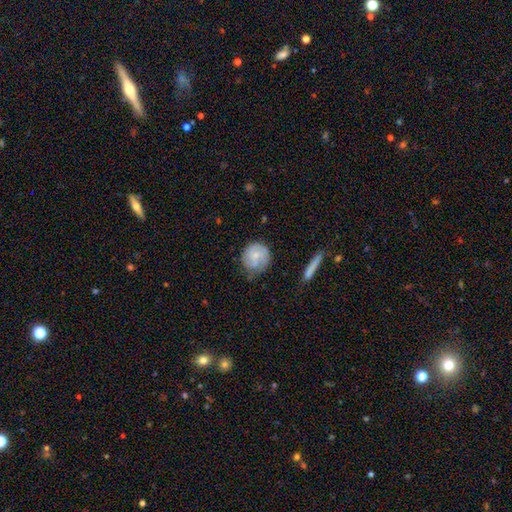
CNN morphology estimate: featured or disk 59%, smooth 34%, star or artifact 7%. Down the decision tree: edge-on disk — no (97%); bar — no (70%); spiral arms — yes (88%); spiral arm count — 2 (37%); spiral winding — tight (53%); bulge size — small (65%); merging — none (67%).